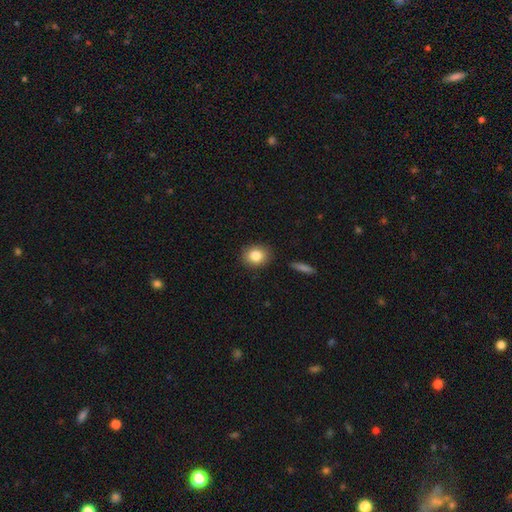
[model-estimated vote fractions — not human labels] This appears to be a smooth galaxy with no disk features (84%) that is round (61%). Merging: none (87%).